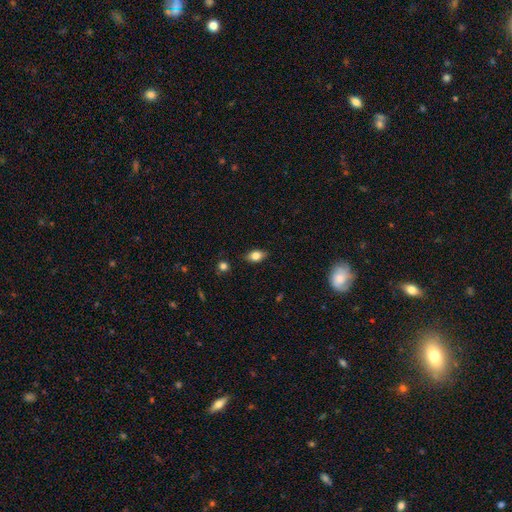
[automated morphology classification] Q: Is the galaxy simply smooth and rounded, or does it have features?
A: smooth — 77%.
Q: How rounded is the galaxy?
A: in between — 85%.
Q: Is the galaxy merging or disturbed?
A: none — 84%.